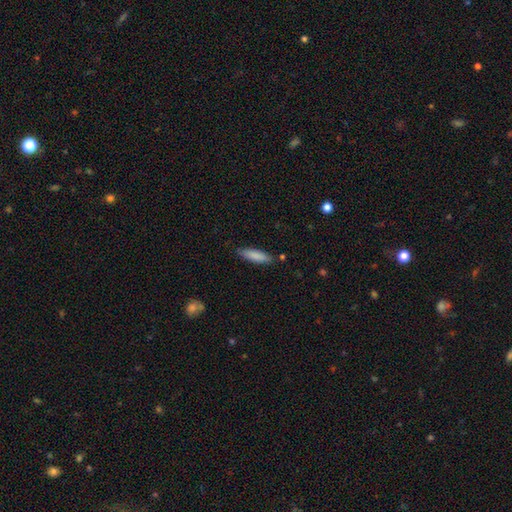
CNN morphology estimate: smooth 85%, featured or disk 9%, star or artifact 6%. Down the decision tree: how rounded — cigar-shaped (63%); merging — none (82%).